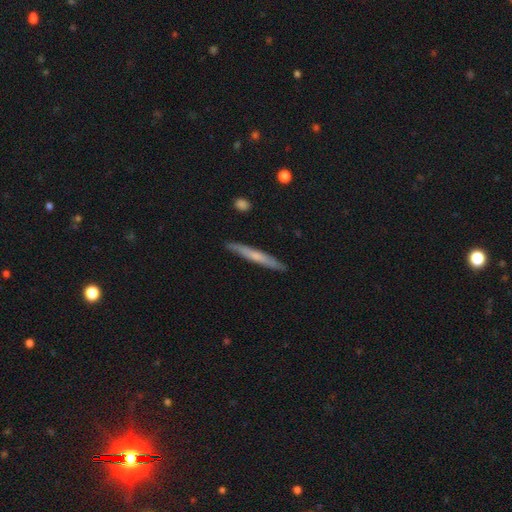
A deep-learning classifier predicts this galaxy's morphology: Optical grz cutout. It shows a smooth galaxy with no disk features (50%). Merging: none (89%).